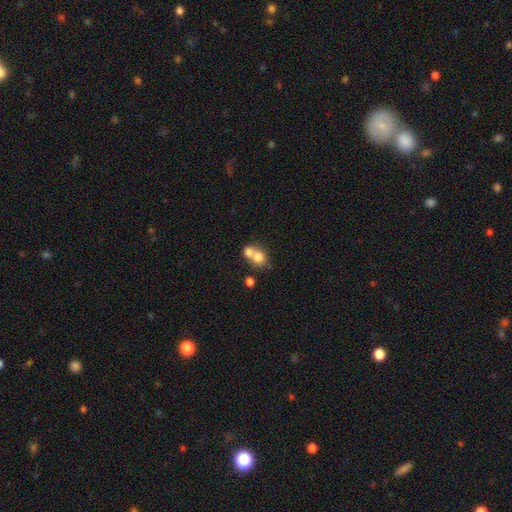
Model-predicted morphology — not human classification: This appears to be a smooth galaxy with no disk features (74%) that is round (74%). Merging: merger (63%).